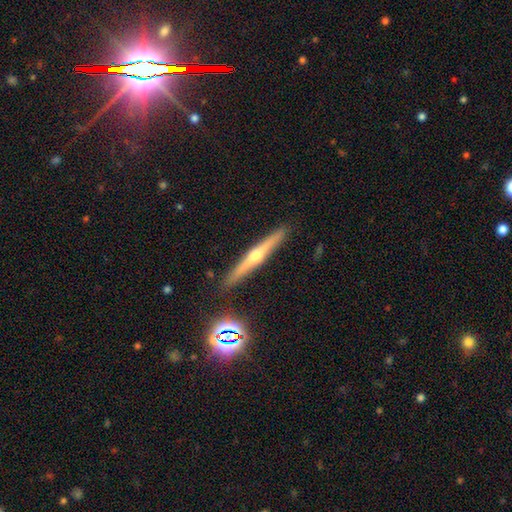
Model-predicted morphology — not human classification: smooth_or_featured: featured or disk (p=0.71) [alt: smooth p=0.21]
disk_edge_on: yes (p=0.97) [alt: no p=0.03]
edge_on_bulge: rounded (p=0.91) [alt: none p=0.06]
merging: none (p=0.91) [alt: minor disturbance p=0.06]